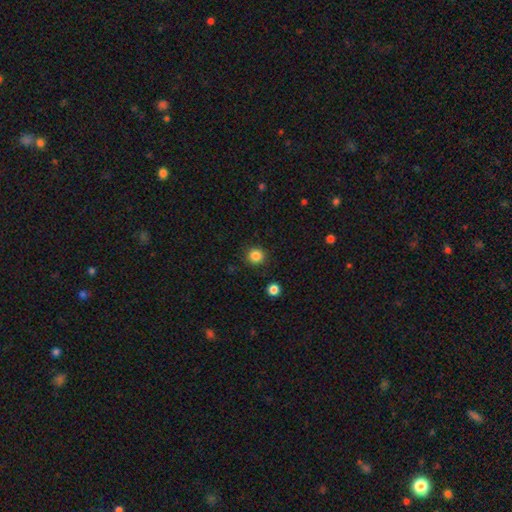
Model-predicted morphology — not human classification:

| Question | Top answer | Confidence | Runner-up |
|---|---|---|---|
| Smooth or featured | smooth | 85% | star or artifact (11%) |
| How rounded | round | 94% | in between (5%) |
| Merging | none | 91% | minor disturbance (6%) |